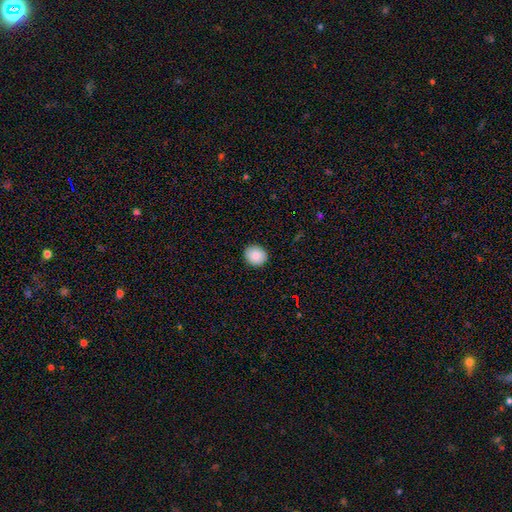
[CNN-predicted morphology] A smooth galaxy with no disk features (87%) that is round (75%). Merging: none (90%).